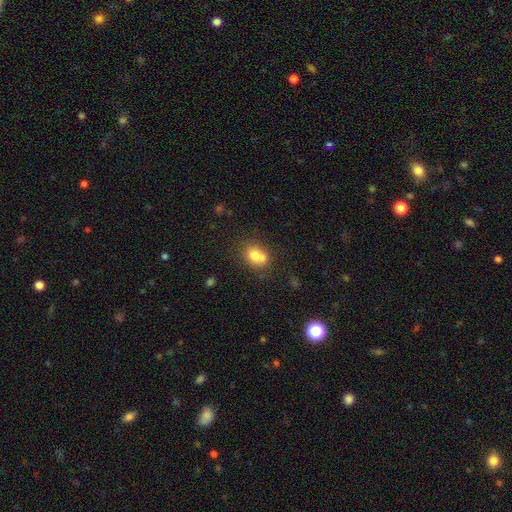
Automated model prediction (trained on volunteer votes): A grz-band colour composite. It shows a smooth galaxy with no disk features (74%) that is round (51%). Merging: none (42%).